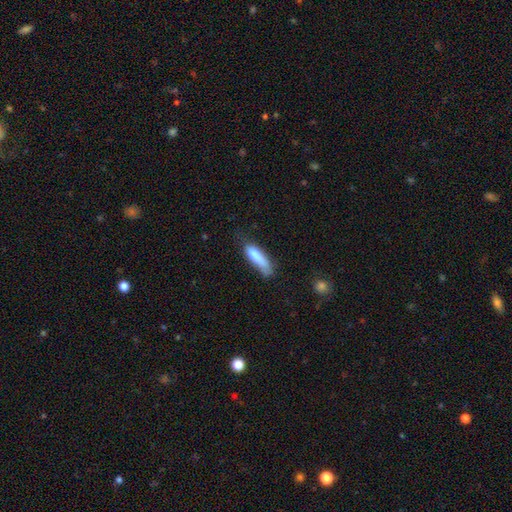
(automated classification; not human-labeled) The model was most divided on "merging": none: 40%, minor disturbance: 34%, major disturbance: 19%, merger: 6%. More confident: smooth or featured — smooth (78%); how rounded — cigar-shaped (66%).